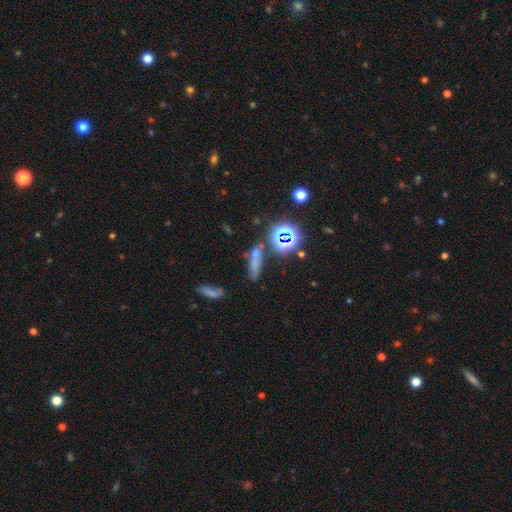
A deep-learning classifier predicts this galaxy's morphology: Smooth or featured: smooth — 51% (star or artifact — 34%)
How rounded: cigar-shaped — 64% (in between — 22%)
Merging: none — 62% (minor disturbance — 16%)